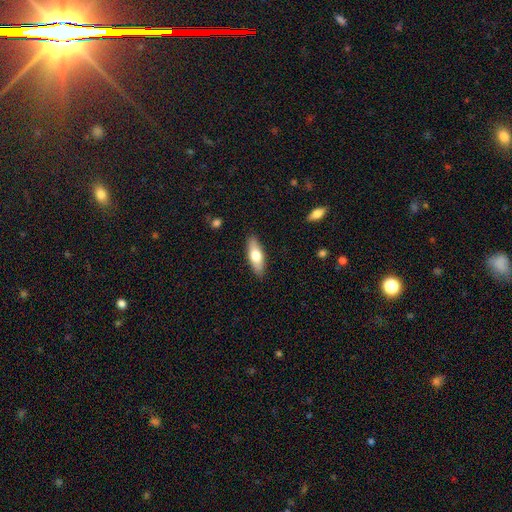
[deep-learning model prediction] This is likely a smooth galaxy (63%). How rounded: possibly in between (59%). Merging: clearly none (88%).